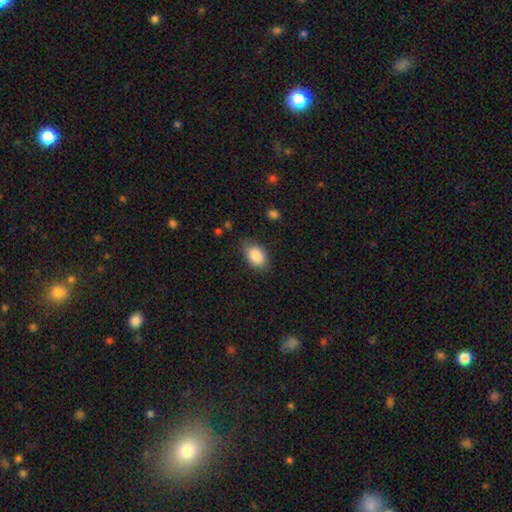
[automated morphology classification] The model was most divided on "merging": none: 77%, minor disturbance: 18%, major disturbance: 4%, merger: 1%. More confident: smooth or featured — smooth (88%); how rounded — in between (87%).